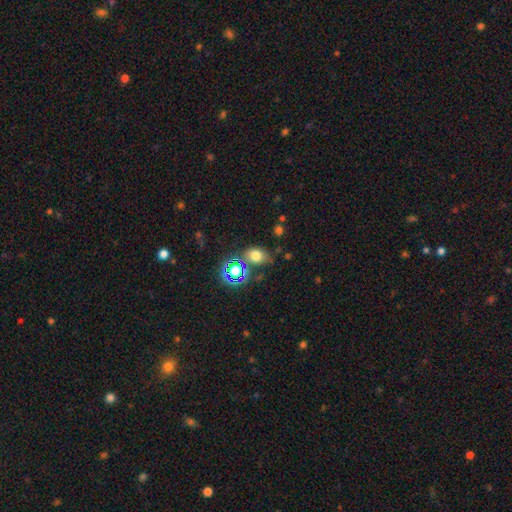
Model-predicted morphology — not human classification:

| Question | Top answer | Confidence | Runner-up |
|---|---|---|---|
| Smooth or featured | smooth | 69% | star or artifact (21%) |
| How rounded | in between | 63% | round (35%) |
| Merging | none | 68% | minor disturbance (16%) |